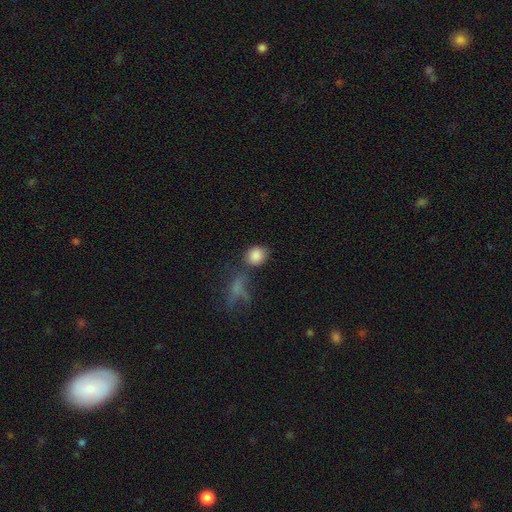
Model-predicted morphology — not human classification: The model was most divided on "how rounded": round: 60%, in between: 38%, cigar-shaped: 2%. More confident: smooth or featured — smooth (85%); merging — none (60%).